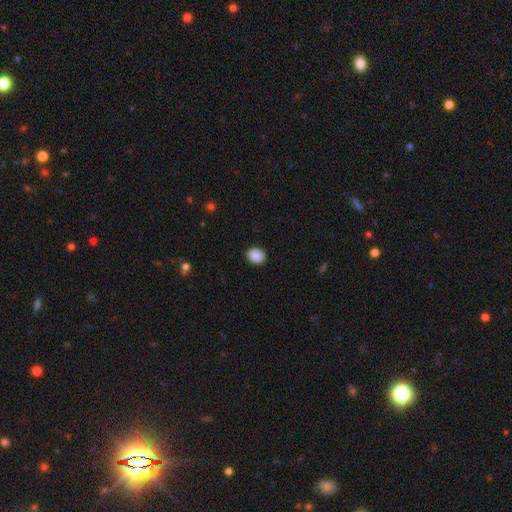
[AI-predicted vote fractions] Smooth or featured: smooth — 89% (star or artifact — 8%)
How rounded: in between — 56% (round — 44%)
Merging: none — 89% (minor disturbance — 8%)